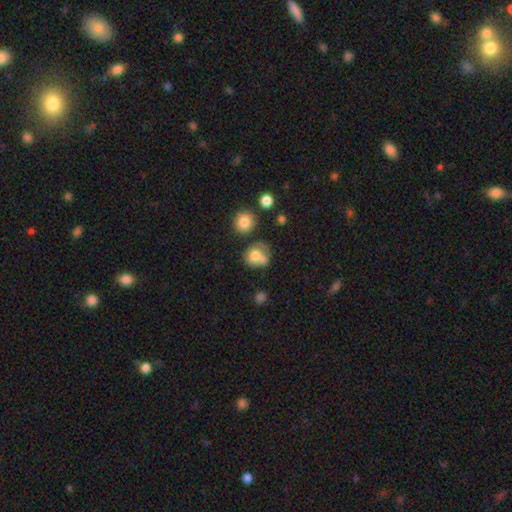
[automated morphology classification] A smooth galaxy with no disk features (70%) that is round (64%). Merging: merger (38%).